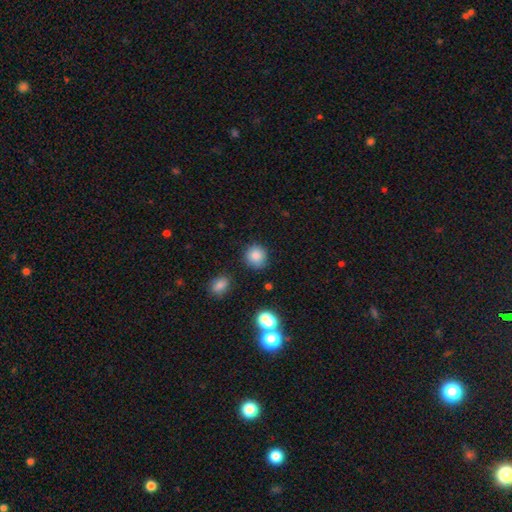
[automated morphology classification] Overall: smooth (84%). How rounded: round (90%). Merging: none (85%).